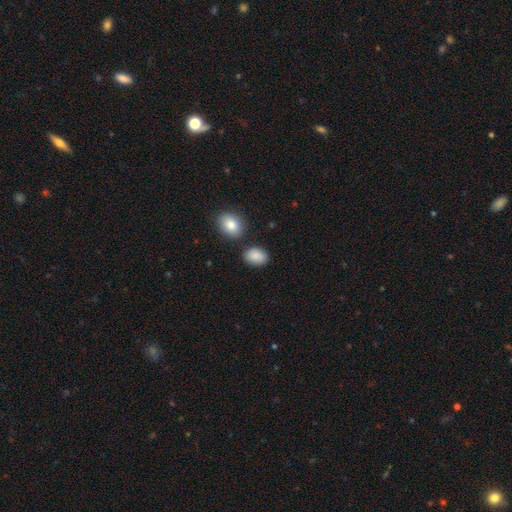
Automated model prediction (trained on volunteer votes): smooth-or-featured: smooth: 88% | star or artifact: 8% | featured or disk: 5%
  how-rounded: in between: 77% | round: 22% | cigar-shaped: 1%
  merging: none: 78% | minor disturbance: 13% | merger: 6% | major disturbance: 3%